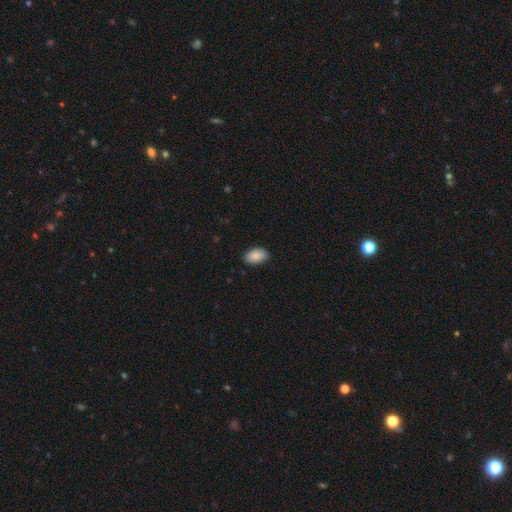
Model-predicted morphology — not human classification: A smooth galaxy with no disk features (88%) that is in between round and cigar-shaped (93%).

Vote fractions:
- Smooth or featured? smooth: 88% / star or artifact: 7% / featured or disk: 6%
- How rounded? in between: 93% / round: 6% / cigar-shaped: 1%
- Merging? none: 85% / minor disturbance: 11% / major disturbance: 2% / merger: 1%